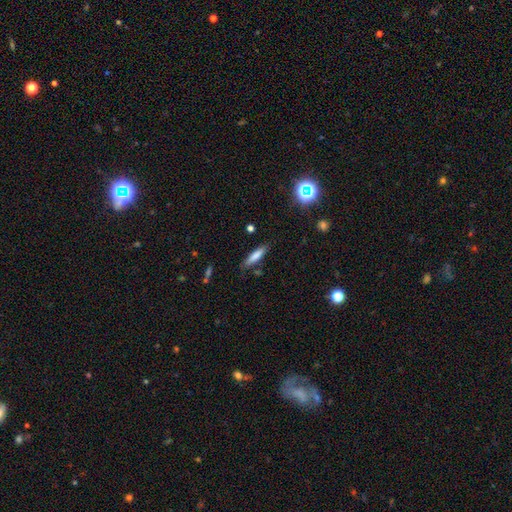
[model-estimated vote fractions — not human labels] smooth 75%, featured or disk 16%, star or artifact 8%. Down the decision tree: how rounded — cigar-shaped (74%); merging — none (79%).